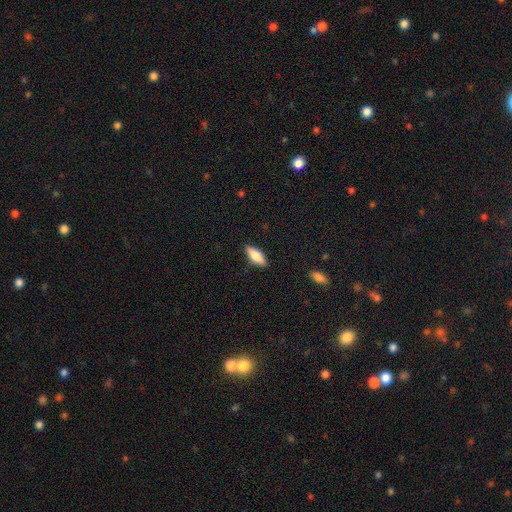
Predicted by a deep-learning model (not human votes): Smooth or featured? smooth (75%)
How rounded? in between (71%)
Merging? none (88%)